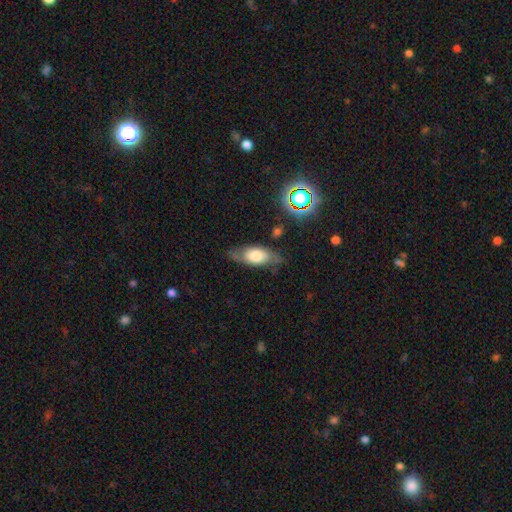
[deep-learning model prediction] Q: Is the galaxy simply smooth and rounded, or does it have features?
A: smooth — 54%.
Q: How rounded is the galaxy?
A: in between — 78%.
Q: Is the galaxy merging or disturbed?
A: none — 66%.